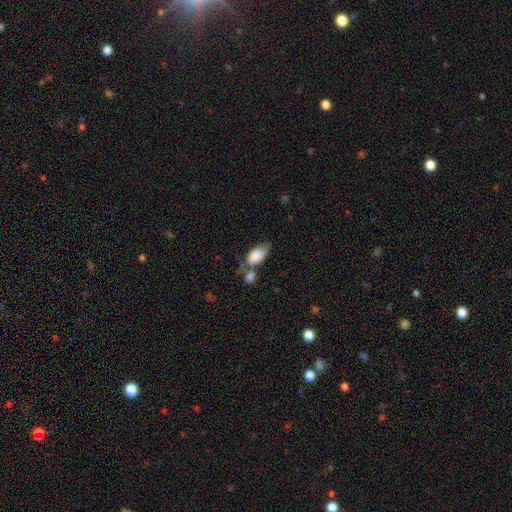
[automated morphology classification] This appears to be a smooth galaxy with no disk features (80%) that is in between round and cigar-shaped (91%). Merging: merger (45%).